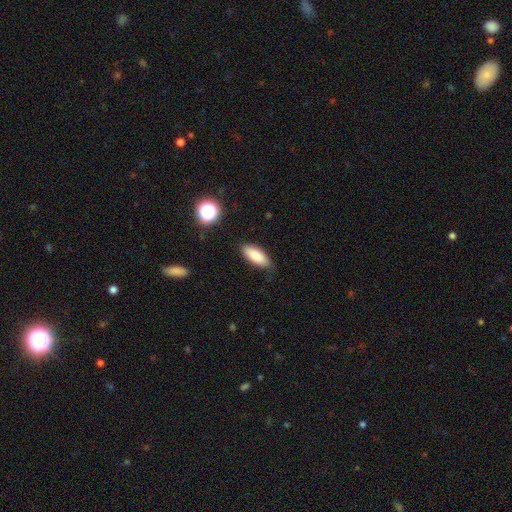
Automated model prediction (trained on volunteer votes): Overall: smooth (85%). How rounded: in between (76%). Merging: none (79%).